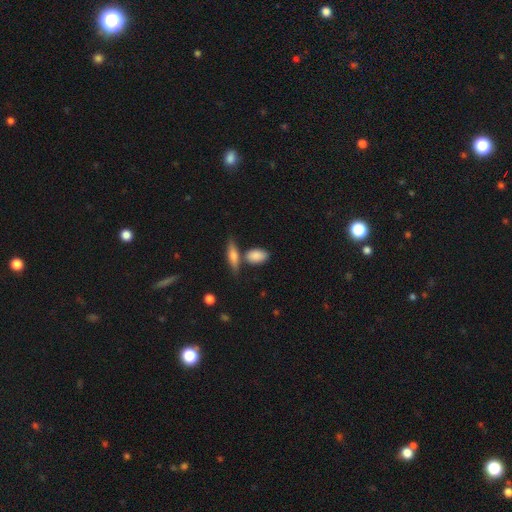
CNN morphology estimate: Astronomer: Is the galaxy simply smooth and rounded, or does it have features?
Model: smooth — 85%.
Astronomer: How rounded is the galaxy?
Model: in between — 85%.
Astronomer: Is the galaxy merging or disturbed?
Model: none — 59%.